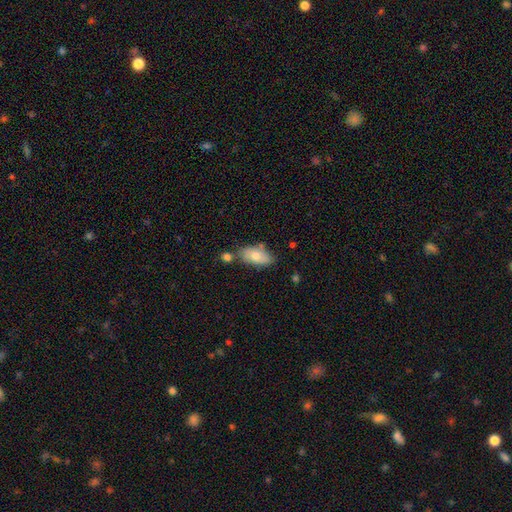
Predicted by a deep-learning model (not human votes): Smooth or featured: smooth — 71% (featured or disk — 22%)
How rounded: in between — 90% (cigar-shaped — 6%)
Merging: none — 65% (minor disturbance — 18%)